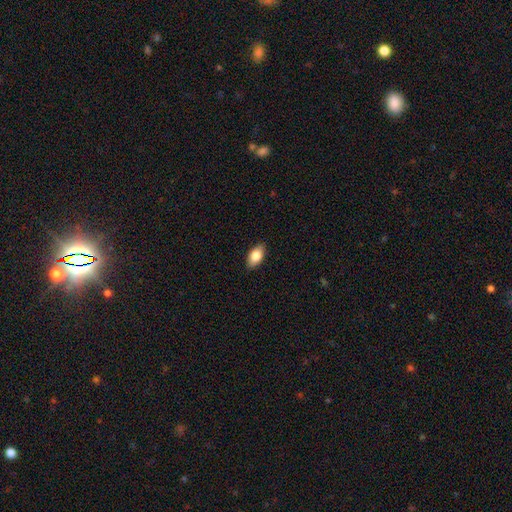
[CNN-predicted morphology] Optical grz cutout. It shows a smooth galaxy with no disk features (84%) that is in between round and cigar-shaped (92%). Merging: none (87%).